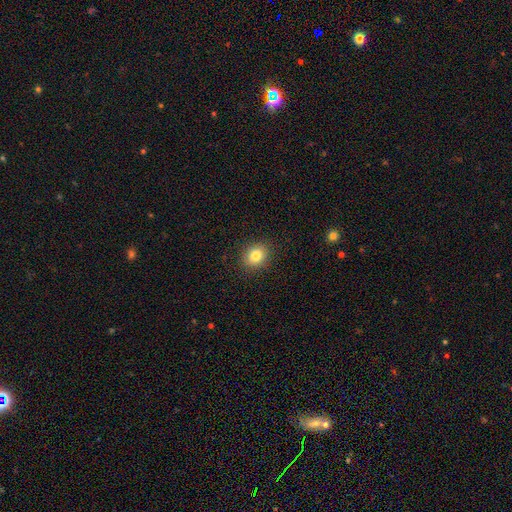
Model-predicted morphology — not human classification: Smooth or featured?
  - smooth: 82% *
  - star or artifact: 10%
  - featured or disk: 8%
How rounded?
  - round: 59% *
  - in between: 40%
  - cigar-shaped: 1%
Merging?
  - none: 90% *
  - minor disturbance: 7%
  - major disturbance: 2%
  - merger: 1%